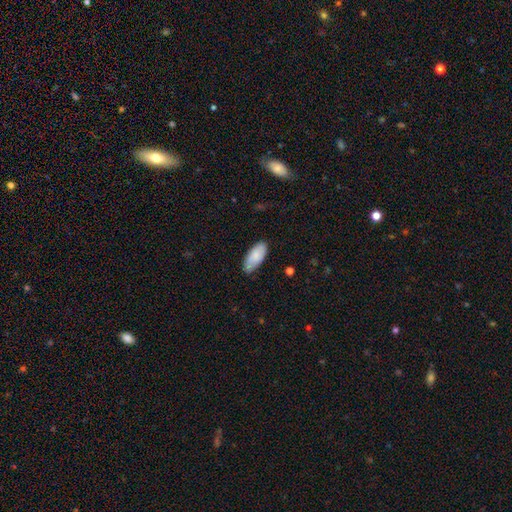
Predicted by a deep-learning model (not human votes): This appears to be a smooth galaxy with no disk features (84%) that is in between round and cigar-shaped (87%). Merging: none (76%).